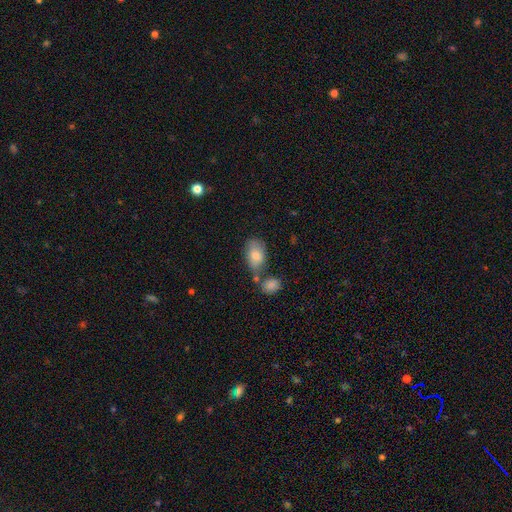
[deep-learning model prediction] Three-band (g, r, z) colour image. It shows a smooth galaxy with no disk features (77%) that is in between round and cigar-shaped (88%). Merging: none (53%).